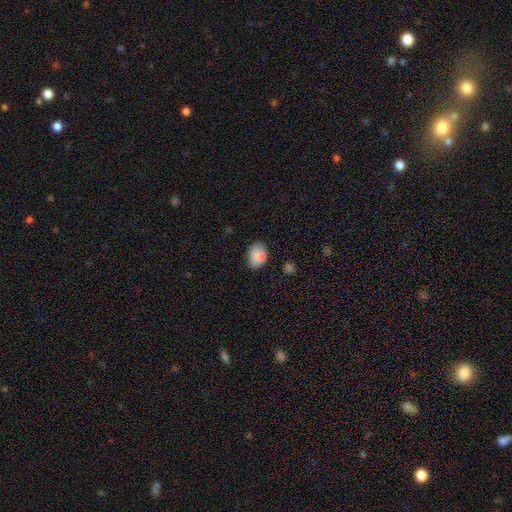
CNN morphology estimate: smooth-or-featured: smooth: 84% | star or artifact: 8% | featured or disk: 7%
  how-rounded: in between: 73% | round: 26% | cigar-shaped: 1%
  merging: none: 71% | minor disturbance: 20% | merger: 5% | major disturbance: 4%